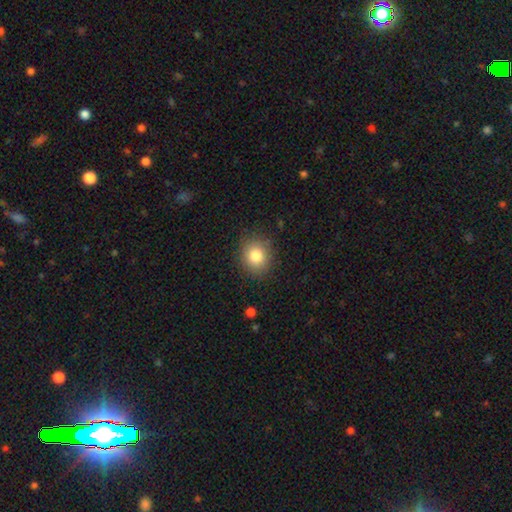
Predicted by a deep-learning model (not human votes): This is clearly a smooth galaxy (81%). How rounded: likely round (74%). Merging: clearly none (87%).